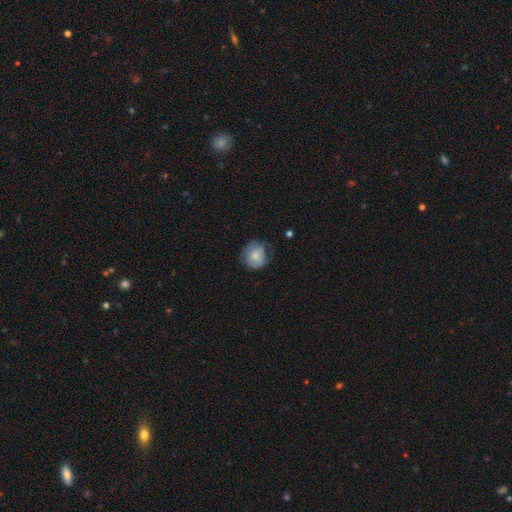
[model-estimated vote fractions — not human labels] Q: Smooth or featured?
A: smooth (70%); runner-up: featured or disk (23%)
Q: How rounded?
A: round (80%); runner-up: in between (19%)
Q: Merging?
A: none (55%); runner-up: minor disturbance (31%)